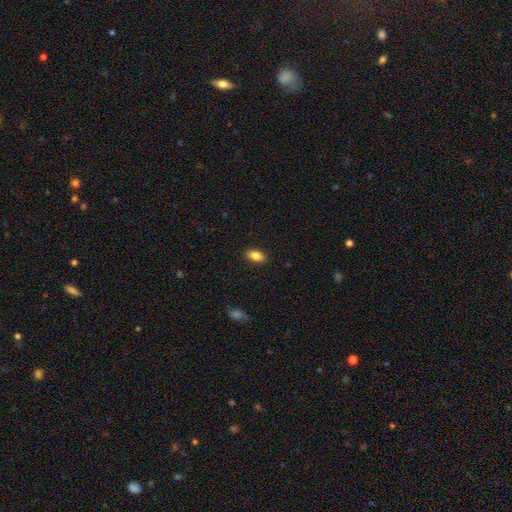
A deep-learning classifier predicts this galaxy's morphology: This is clearly a smooth galaxy (84%). How rounded: clearly in between (90%). Merging: clearly none (89%).